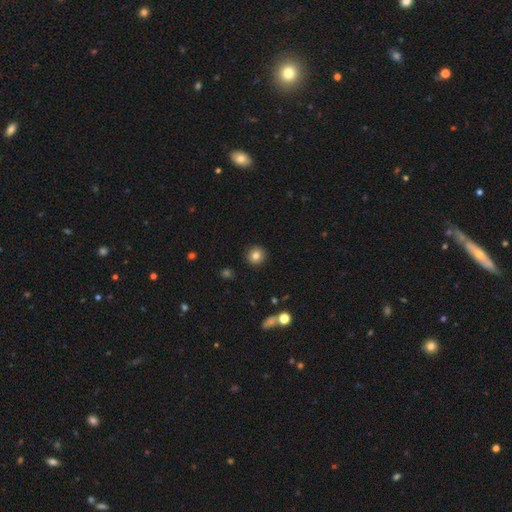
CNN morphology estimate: Smooth or featured? smooth (81%)
How rounded? round (94%)
Merging? none (92%)